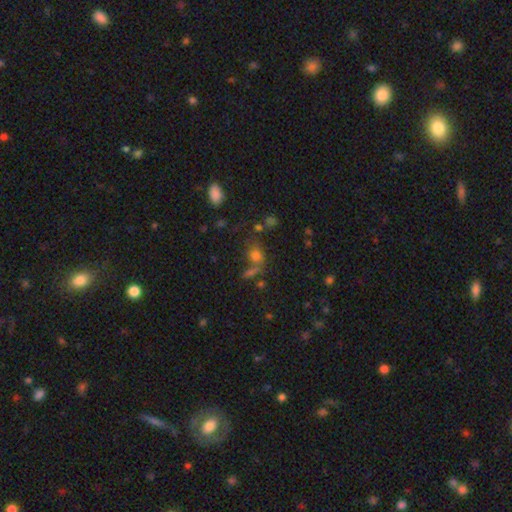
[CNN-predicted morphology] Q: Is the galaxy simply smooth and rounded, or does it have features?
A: smooth — 69%.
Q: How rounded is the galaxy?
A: in between — 55%.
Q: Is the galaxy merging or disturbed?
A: none — 53%.